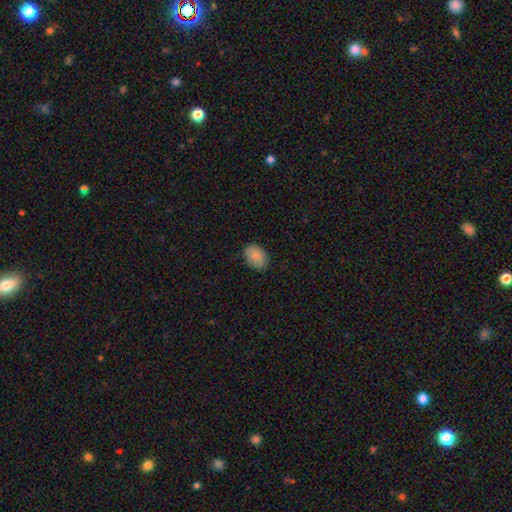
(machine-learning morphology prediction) smooth_or_featured: smooth (p=0.83) [alt: featured or disk p=0.10]
how_rounded: in between (p=0.74) [alt: round p=0.25]
merging: none (p=0.82) [alt: minor disturbance p=0.14]